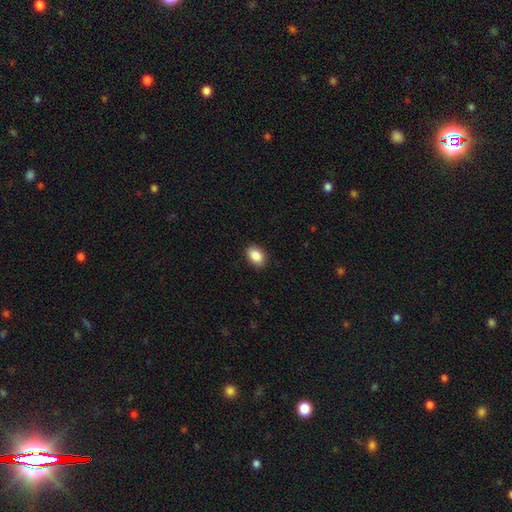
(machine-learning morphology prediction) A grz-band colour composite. It shows a smooth galaxy with no disk features (89%) that is in between round and cigar-shaped (82%). Merging: none (89%).